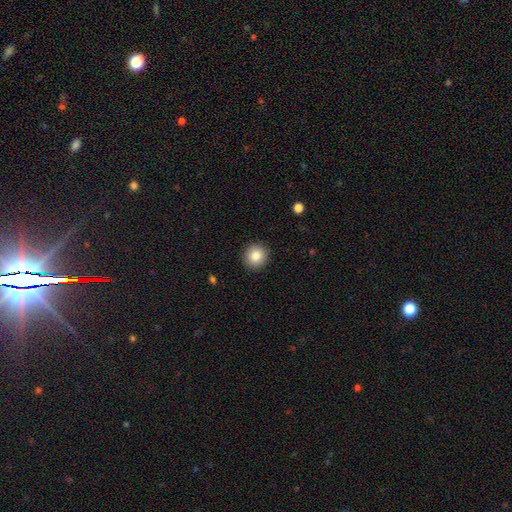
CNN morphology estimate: Smooth or featured: smooth — 83% (star or artifact — 9%)
How rounded: round — 94% (in between — 5%)
Merging: none — 92% (minor disturbance — 6%)